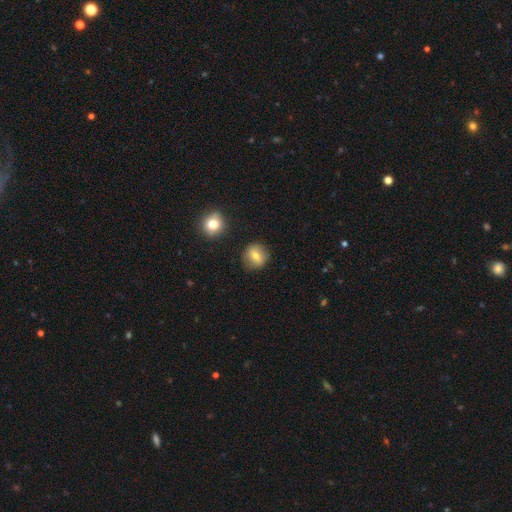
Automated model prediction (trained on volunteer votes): A smooth galaxy with no disk features (71%) that is round (83%).

Vote fractions:
- Smooth or featured? smooth: 71% / featured or disk: 20% / star or artifact: 9%
- How rounded? round: 83% / in between: 15% / cigar-shaped: 1%
- Merging? none: 84% / minor disturbance: 11% / major disturbance: 3% / merger: 3%